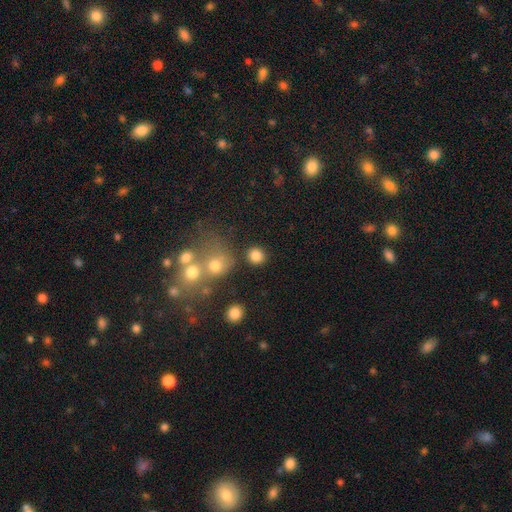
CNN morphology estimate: A smooth galaxy with no disk features (82%) that is round (88%).

Vote fractions:
- Smooth or featured? smooth: 82% / star or artifact: 12% / featured or disk: 6%
- How rounded? round: 88% / in between: 11% / cigar-shaped: 1%
- Merging? none: 80% / merger: 8% / minor disturbance: 8% / major disturbance: 4%